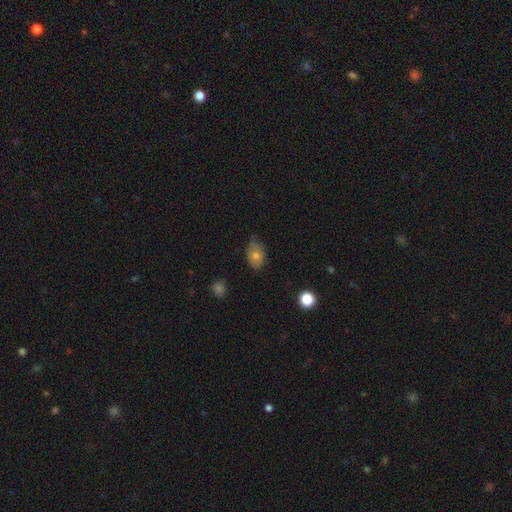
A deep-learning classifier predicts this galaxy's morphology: A smooth galaxy with no disk features (72%) that is in between round and cigar-shaped (85%). Merging: none (68%).